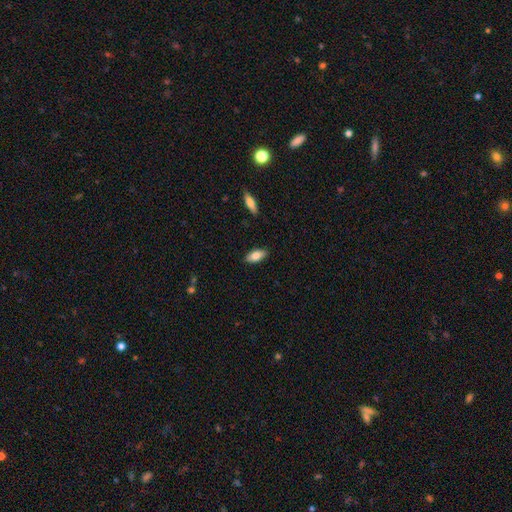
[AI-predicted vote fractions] smooth 81%, featured or disk 12%, star or artifact 6%. Down the decision tree: how rounded — in between (88%); merging — none (87%).